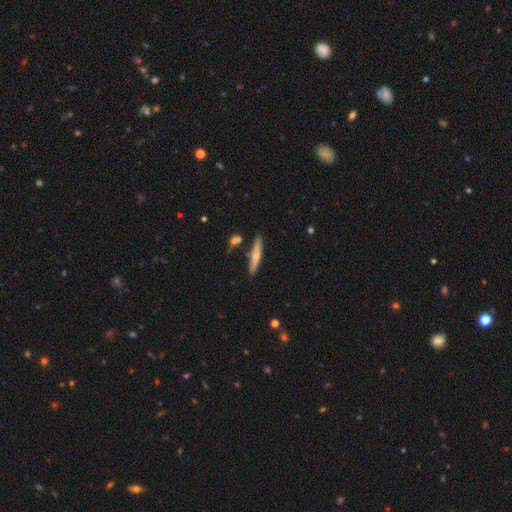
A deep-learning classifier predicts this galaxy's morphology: This appears to be a smooth galaxy with no disk features (55%) that is cigar-shaped (87%). Merging: none (78%).